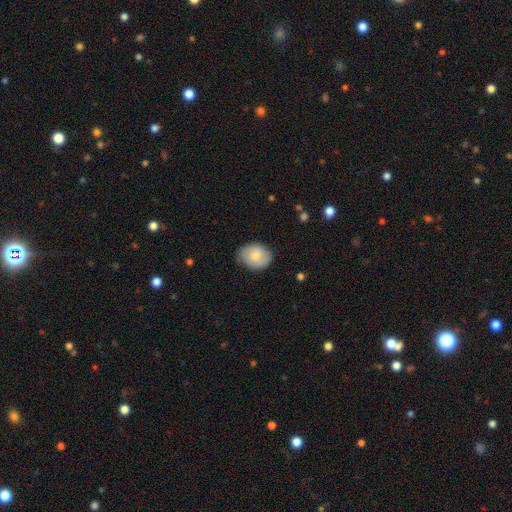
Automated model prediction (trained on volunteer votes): A smooth galaxy with no disk features (67%) that is in between round and cigar-shaped (56%).

Vote fractions:
- Smooth or featured? smooth: 67% / featured or disk: 26% / star or artifact: 7%
- How rounded? in between: 56% / round: 43% / cigar-shaped: 1%
- Merging? none: 70% / minor disturbance: 24% / major disturbance: 5% / merger: 1%